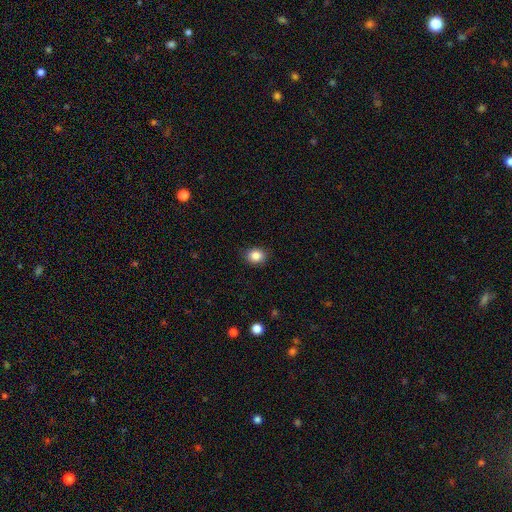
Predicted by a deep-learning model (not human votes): Q: Smooth or featured?
A: smooth (86%); runner-up: star or artifact (10%)
Q: How rounded?
A: round (59%); runner-up: in between (40%)
Q: Merging?
A: none (87%); runner-up: minor disturbance (10%)